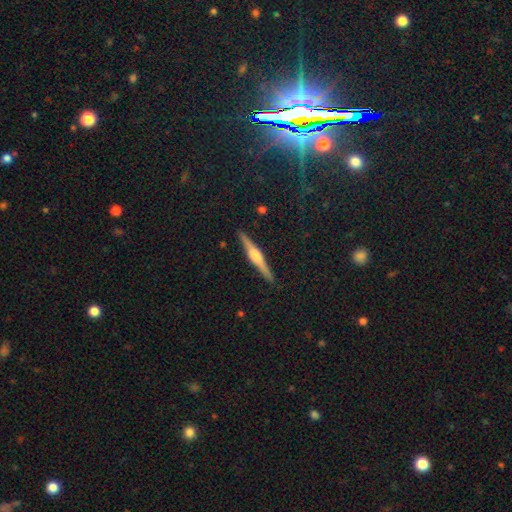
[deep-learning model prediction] This appears to be a featured or disk galaxy (75%) viewed edge-on (98%) with a rounded central bulge (70%). Merging: none (91%).